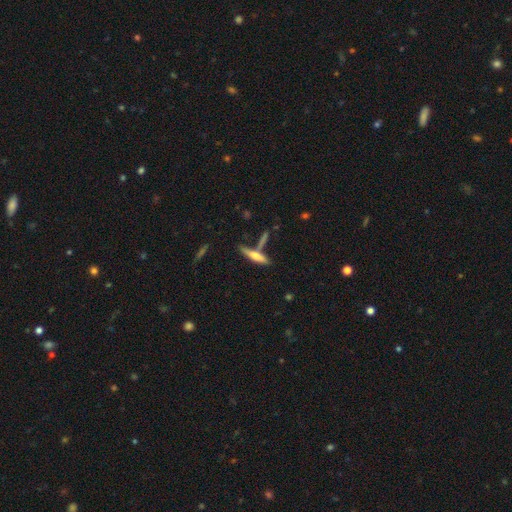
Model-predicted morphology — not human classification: Q: Smooth or featured?
A: smooth (56%); runner-up: featured or disk (36%)
Q: How rounded?
A: cigar-shaped (81%); runner-up: in between (17%)
Q: Merging?
A: none (60%); runner-up: merger (22%)